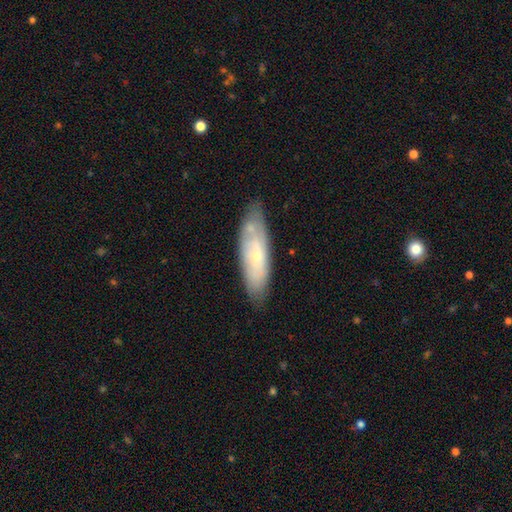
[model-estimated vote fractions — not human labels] A featured or disk galaxy (49%).

Vote fractions:
- Smooth or featured? featured or disk: 49% / smooth: 44% / star or artifact: 6%
- Merging? none: 73% / minor disturbance: 19% / merger: 4% / major disturbance: 4%